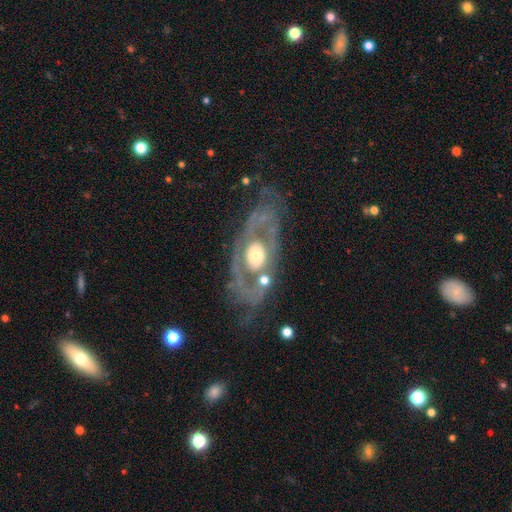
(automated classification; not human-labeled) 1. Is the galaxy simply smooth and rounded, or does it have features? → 78% featured or disk, 16% smooth, 6% star or artifact.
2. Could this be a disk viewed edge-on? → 92% no, 8% yes.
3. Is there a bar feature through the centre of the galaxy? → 82% no, 12% weak, 6% strong.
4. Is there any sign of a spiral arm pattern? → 52% no, 48% yes.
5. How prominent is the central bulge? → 55% moderate, 25% large, 15% small, 3% dominant, 2% none.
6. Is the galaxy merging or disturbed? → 59% none, 18% minor disturbance, 17% major disturbance, 5% merger.